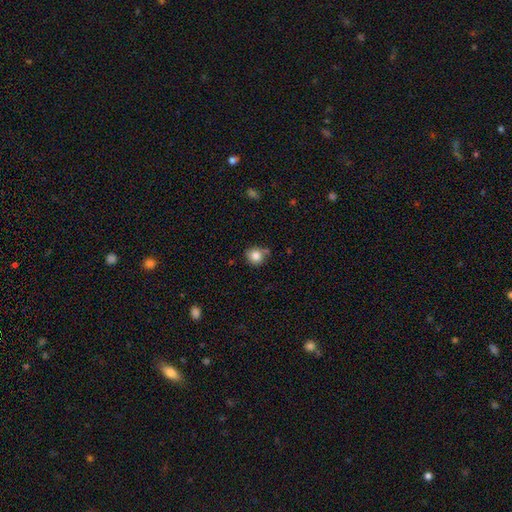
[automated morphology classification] Smooth or featured: smooth — 83% (star or artifact — 10%)
How rounded: round — 86% (in between — 13%)
Merging: none — 71% (minor disturbance — 17%)